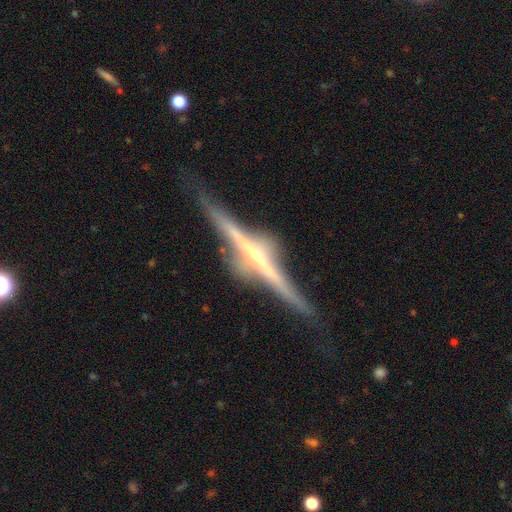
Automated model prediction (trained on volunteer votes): Q: Smooth or featured?
A: featured or disk (87%); runner-up: smooth (8%)
Q: Edge-on disk?
A: yes (97%); runner-up: no (3%)
Q: Edge-on bulge?
A: rounded (76%); runner-up: none (14%)
Q: Merging?
A: none (78%); runner-up: minor disturbance (15%)